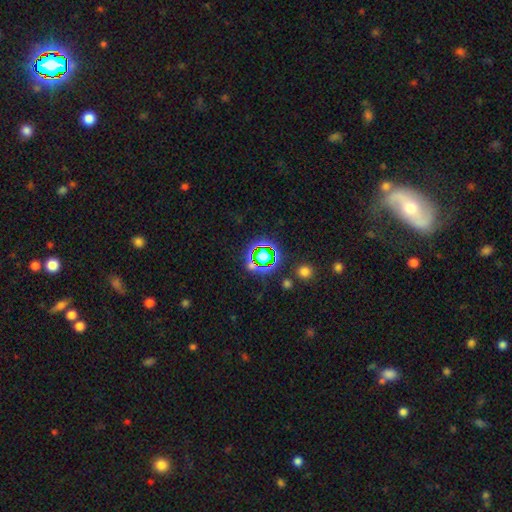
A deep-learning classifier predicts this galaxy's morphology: This is likely a star or artifact rather than a galaxy (71%).